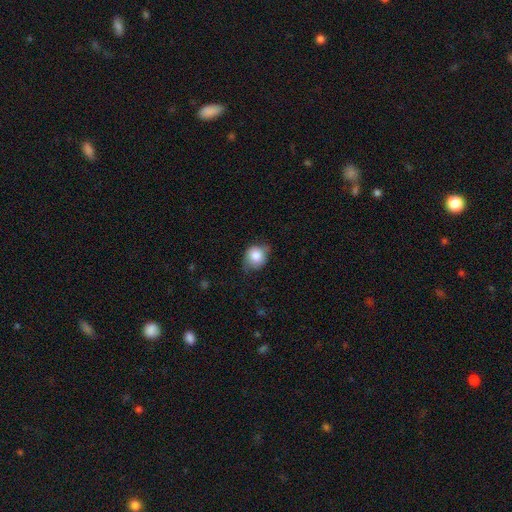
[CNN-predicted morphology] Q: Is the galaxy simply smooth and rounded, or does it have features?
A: smooth — 78%.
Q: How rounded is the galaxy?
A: round — 68%.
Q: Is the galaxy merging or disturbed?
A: none — 58%.